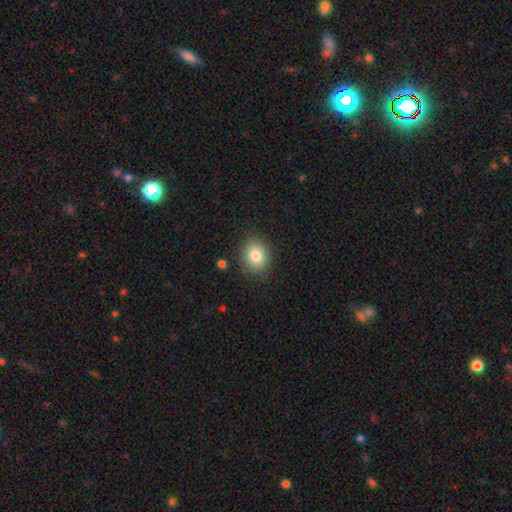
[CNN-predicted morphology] This appears to be a smooth galaxy with no disk features (82%) that is round (64%). Merging: none (86%).